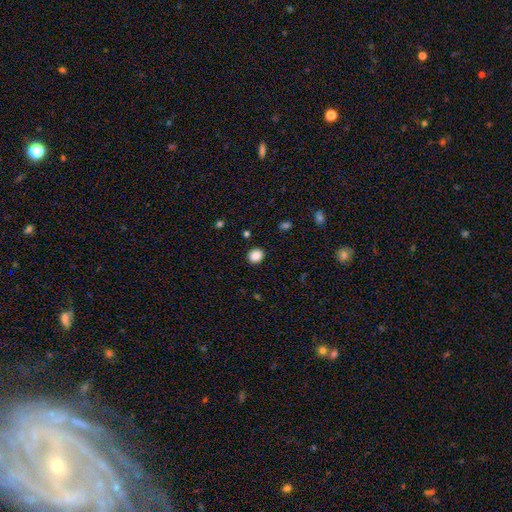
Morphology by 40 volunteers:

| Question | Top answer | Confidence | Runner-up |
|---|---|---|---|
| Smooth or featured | smooth | 85% | star or artifact (10%) |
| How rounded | round | 62% | in between (38%) |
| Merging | none | 92% | minor disturbance (8%) |